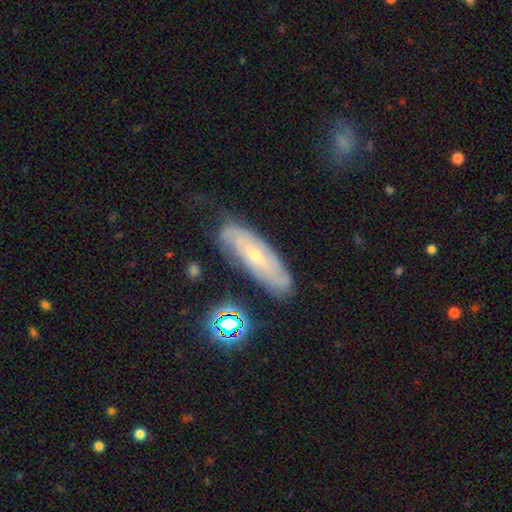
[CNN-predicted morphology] smooth-or-featured: featured or disk: 69% | smooth: 22% | star or artifact: 9%
  disk-edge-on: no: 80% | yes: 20%
    bar: no: 56% | weak: 34% | strong: 10%
    has-spiral-arms: yes: 87% | no: 13%
    bulge-size: small: 68% | moderate: 28% | none: 2% | large: 1% | dominant: 1%
  merging: none: 71% | minor disturbance: 21% | major disturbance: 6% | merger: 3%